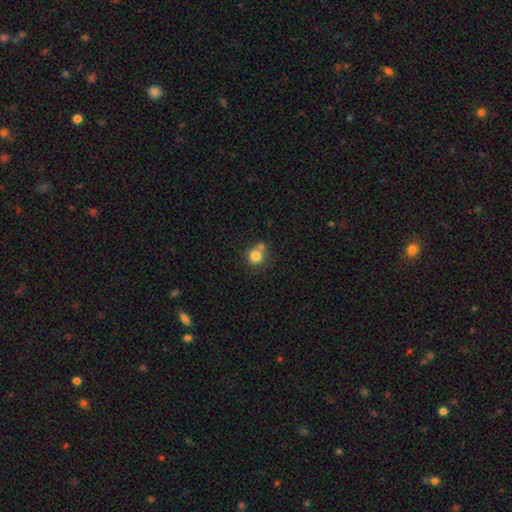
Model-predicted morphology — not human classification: smooth_or_featured: smooth (p=0.80) [alt: star or artifact p=0.11]
how_rounded: round (p=0.88) [alt: in between p=0.11]
merging: none (p=0.57) [alt: merger p=0.28]